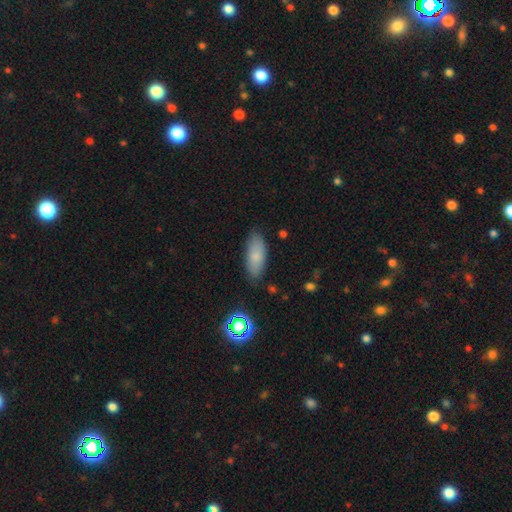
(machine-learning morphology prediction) smooth 79%, featured or disk 13%, star or artifact 8%. Down the decision tree: how rounded — in between (80%); merging — none (83%).